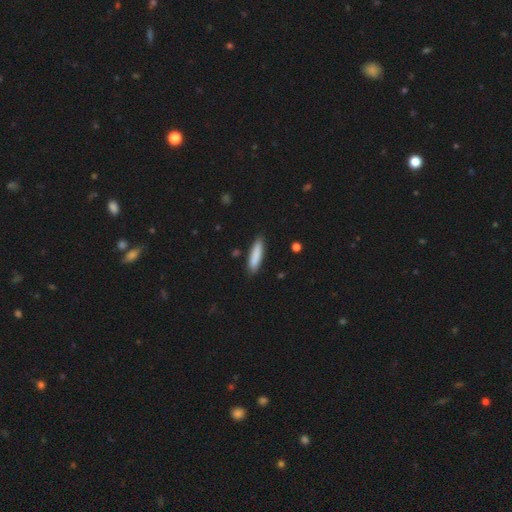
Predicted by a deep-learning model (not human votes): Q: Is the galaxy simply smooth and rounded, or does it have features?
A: smooth — 85%.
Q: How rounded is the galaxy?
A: cigar-shaped — 77%.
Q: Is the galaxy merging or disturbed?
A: none — 87%.